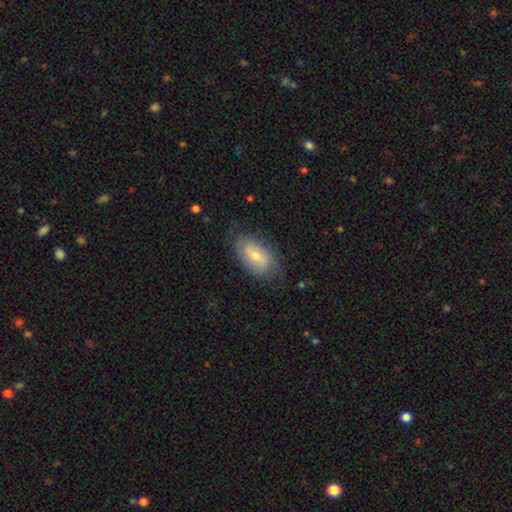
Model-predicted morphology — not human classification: The model was most divided on "smooth or featured": smooth: 55%, featured or disk: 38%, star or artifact: 7%. More confident: how rounded — in between (92%); merging — none (71%).